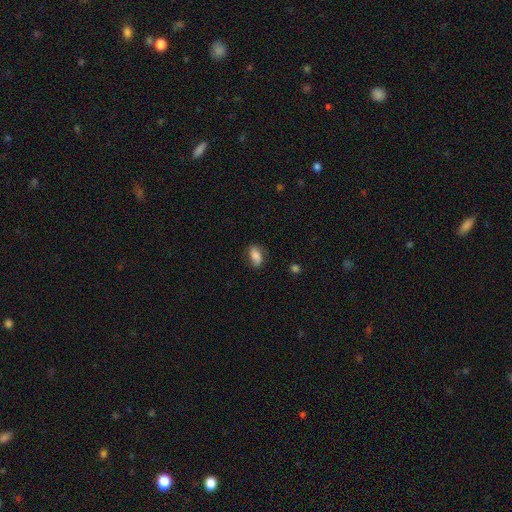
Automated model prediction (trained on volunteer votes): Smooth or featured?
  - smooth: 77% *
  - featured or disk: 15%
  - star or artifact: 8%
How rounded?
  - in between: 86% *
  - round: 8%
  - cigar-shaped: 6%
Merging?
  - none: 73% *
  - minor disturbance: 20%
  - major disturbance: 6%
  - merger: 1%